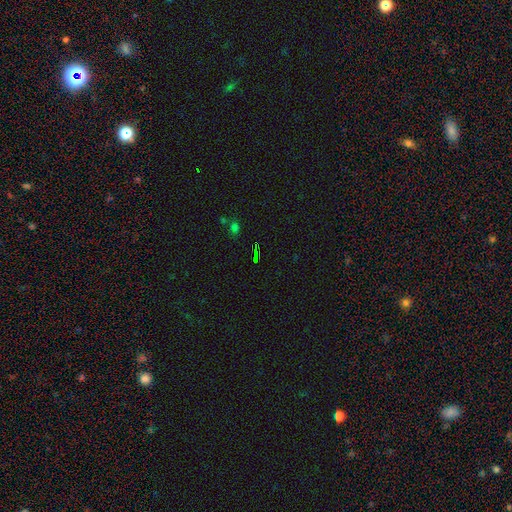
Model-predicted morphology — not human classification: Smooth or featured: star or artifact — 69% (smooth — 18%)